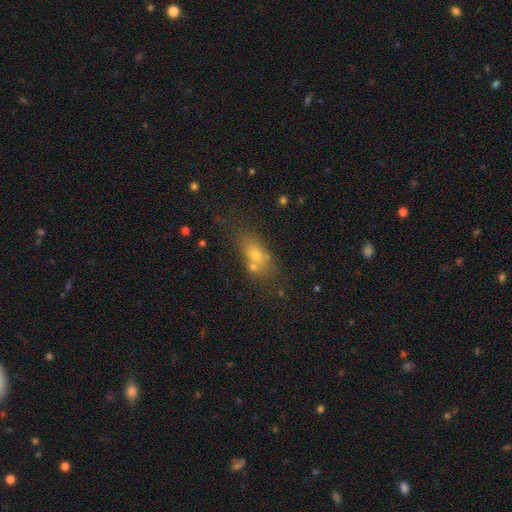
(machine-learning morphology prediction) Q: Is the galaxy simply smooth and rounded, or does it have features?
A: smooth — 58%.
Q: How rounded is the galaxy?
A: in between — 62%.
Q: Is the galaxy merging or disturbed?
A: none — 44%.